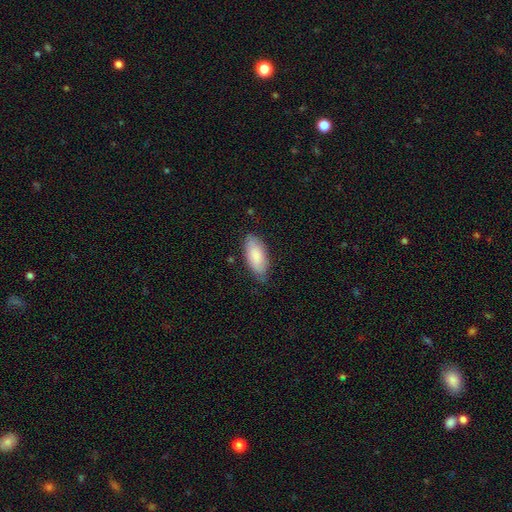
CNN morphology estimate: Smooth or featured? Predicted: smooth (p=0.83). How rounded? Predicted: in between (p=0.90). Merging? Predicted: none (p=0.74).